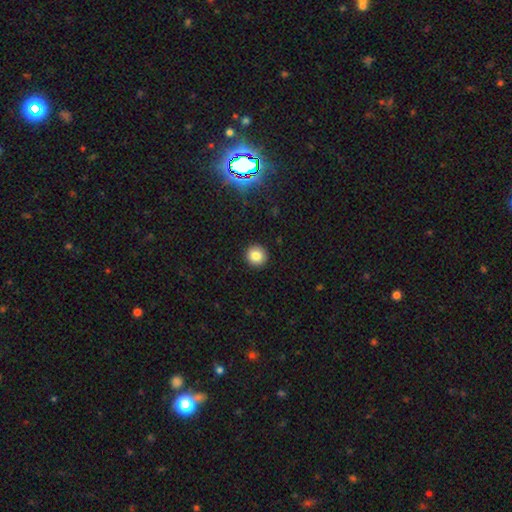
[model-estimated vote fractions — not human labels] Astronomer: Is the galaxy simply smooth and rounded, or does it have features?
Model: smooth — 83%.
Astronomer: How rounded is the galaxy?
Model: round — 94%.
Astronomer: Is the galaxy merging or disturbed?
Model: none — 93%.